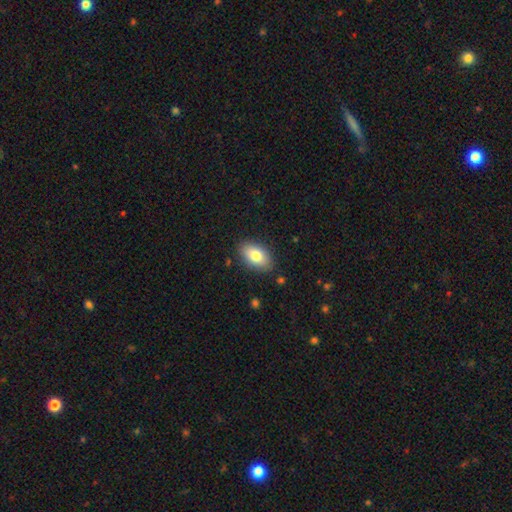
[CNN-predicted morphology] smooth_or_featured: smooth (p=0.79) [alt: featured or disk p=0.14]
how_rounded: in between (p=0.92) [alt: round p=0.05]
merging: none (p=0.86) [alt: minor disturbance p=0.10]